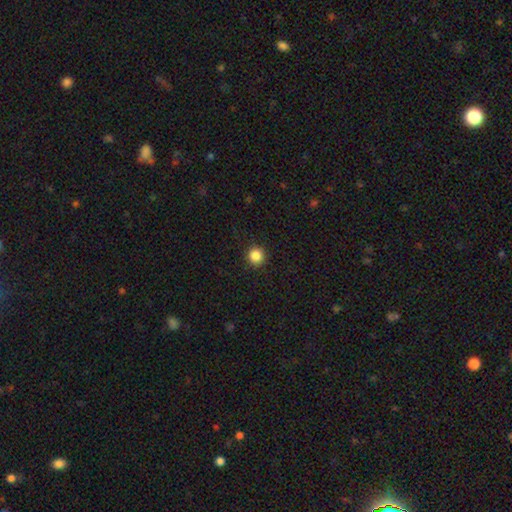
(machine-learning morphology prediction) smooth_or_featured: smooth (p=0.86) [alt: star or artifact p=0.11]
how_rounded: round (p=0.95) [alt: in between p=0.04]
merging: none (p=0.92) [alt: minor disturbance p=0.06]